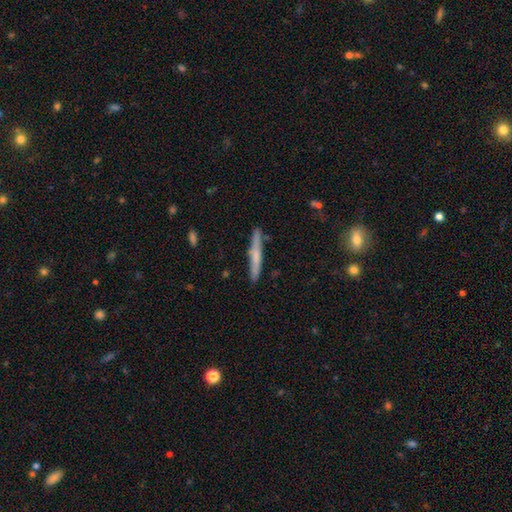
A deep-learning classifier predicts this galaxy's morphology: smooth_or_featured: smooth (p=0.52) [alt: featured or disk p=0.42]
how_rounded: cigar-shaped (p=0.95) [alt: in between p=0.03]
merging: none (p=0.86) [alt: minor disturbance p=0.10]